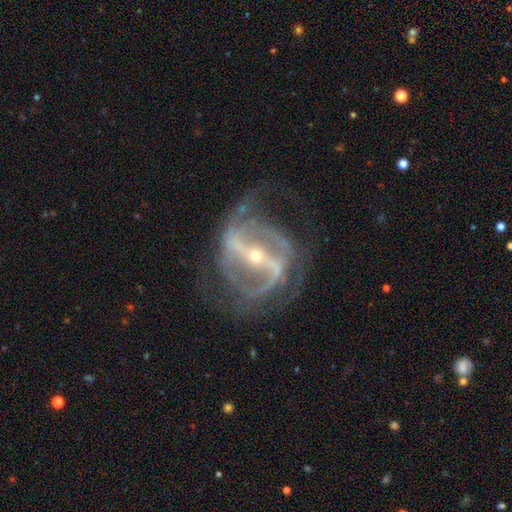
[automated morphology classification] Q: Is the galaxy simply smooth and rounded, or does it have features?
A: featured or disk — 91%.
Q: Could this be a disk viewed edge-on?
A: no — 95%.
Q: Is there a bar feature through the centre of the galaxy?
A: strong — 81%.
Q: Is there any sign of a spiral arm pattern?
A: yes — 95%.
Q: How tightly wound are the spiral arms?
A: medium — 51%.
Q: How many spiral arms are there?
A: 2 — 66%.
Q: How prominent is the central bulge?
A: small — 72%.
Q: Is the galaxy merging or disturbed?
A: none — 58%.